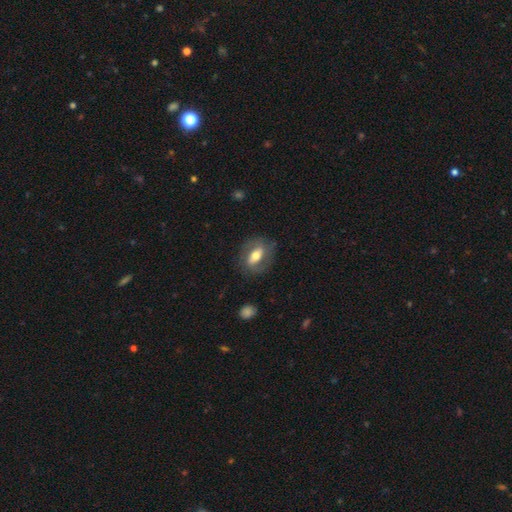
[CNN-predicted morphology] A featured or disk galaxy (48%). Merging: none (75%).